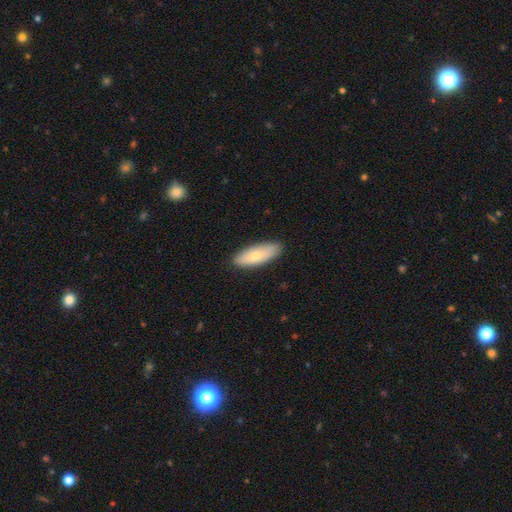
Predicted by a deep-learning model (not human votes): Smooth or featured: smooth — 72% (featured or disk — 22%)
How rounded: in between — 68% (cigar-shaped — 30%)
Merging: none — 87% (minor disturbance — 10%)